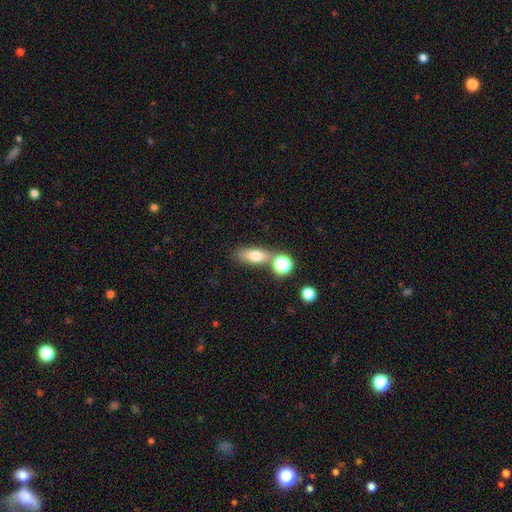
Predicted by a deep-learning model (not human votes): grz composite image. It shows a smooth galaxy with no disk features (74%) that is in between round and cigar-shaped (65%). Merging: none (64%).